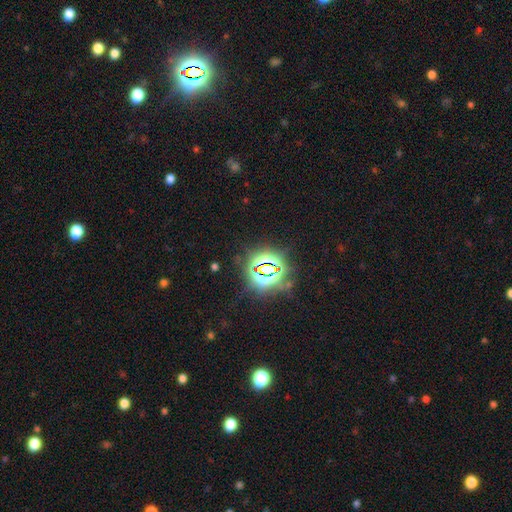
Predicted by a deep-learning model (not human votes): Smooth or featured: star or artifact — 81% (smooth — 11%)